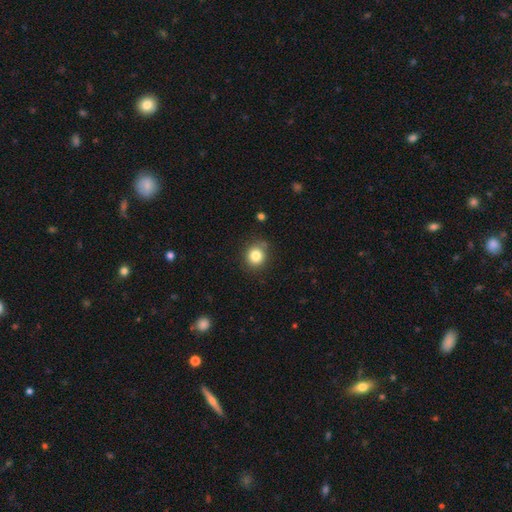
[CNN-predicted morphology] Smooth or featured? Predicted: smooth (p=0.83). How rounded? Predicted: round (p=0.83). Merging? Predicted: none (p=0.81).